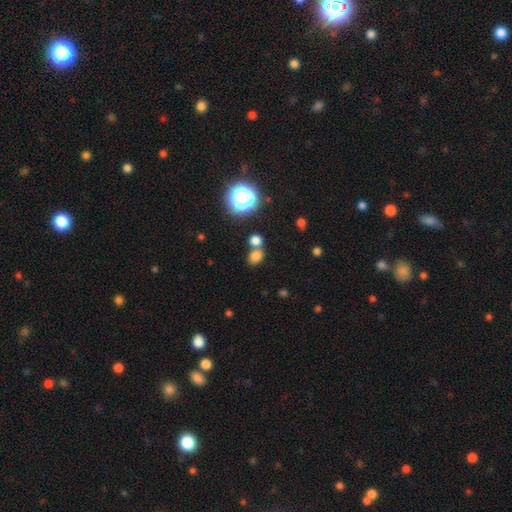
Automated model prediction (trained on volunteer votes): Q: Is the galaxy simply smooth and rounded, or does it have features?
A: smooth — 74%.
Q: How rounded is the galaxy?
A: round — 55%.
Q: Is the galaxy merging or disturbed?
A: none — 57%.